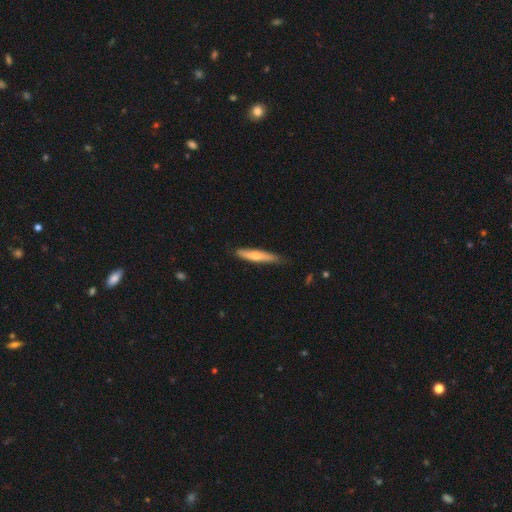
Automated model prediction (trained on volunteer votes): This is likely a smooth galaxy (61%). How rounded: clearly cigar-shaped (90%). Merging: likely none (77%).